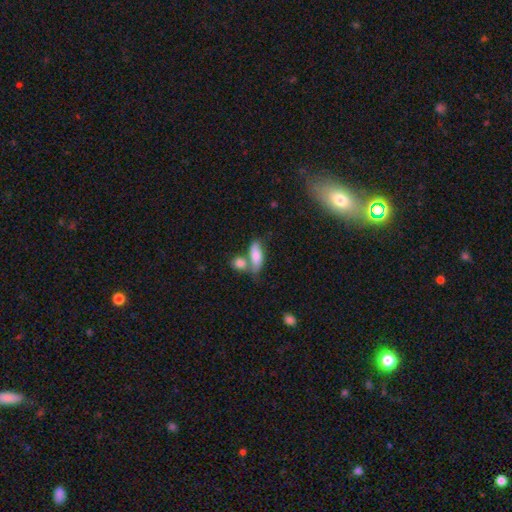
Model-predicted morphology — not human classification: Smooth or featured: smooth — 74% (featured or disk — 19%)
How rounded: in between — 73% (cigar-shaped — 22%)
Merging: none — 40% (merger — 39%)